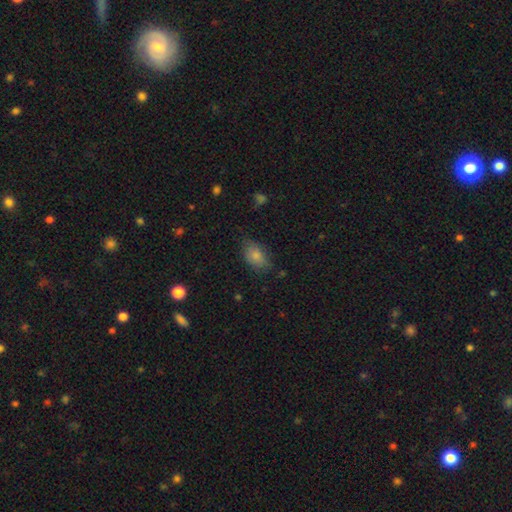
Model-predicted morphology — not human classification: smooth_or_featured: smooth (p=0.83) [alt: featured or disk p=0.09]
how_rounded: in between (p=0.87) [alt: round p=0.11]
merging: none (p=0.69) [alt: minor disturbance p=0.23]